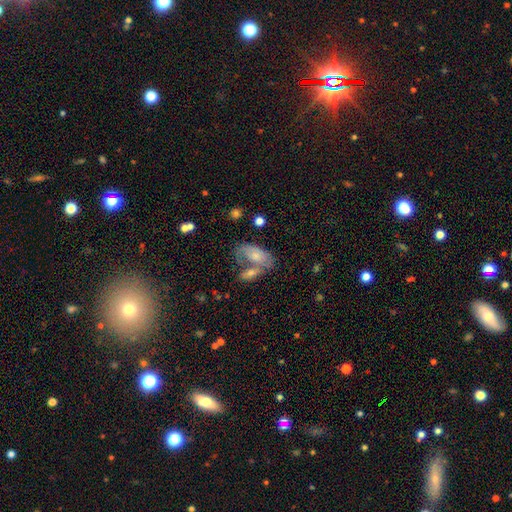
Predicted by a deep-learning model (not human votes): This is likely a smooth galaxy (66%). How rounded: clearly in between (90%). Merging: marginally merger (44%).